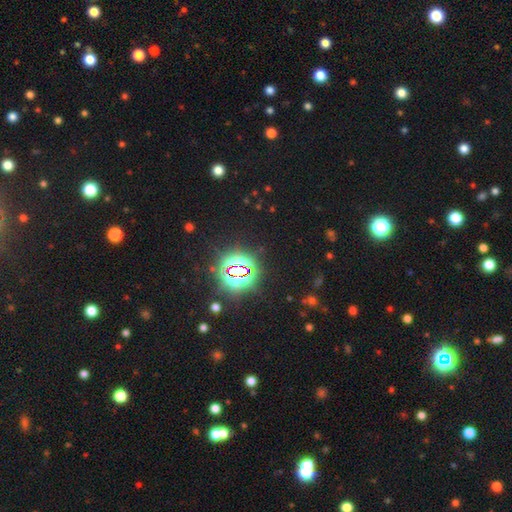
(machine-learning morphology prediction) Q: Smooth or featured?
A: star or artifact (74%); runner-up: smooth (20%)